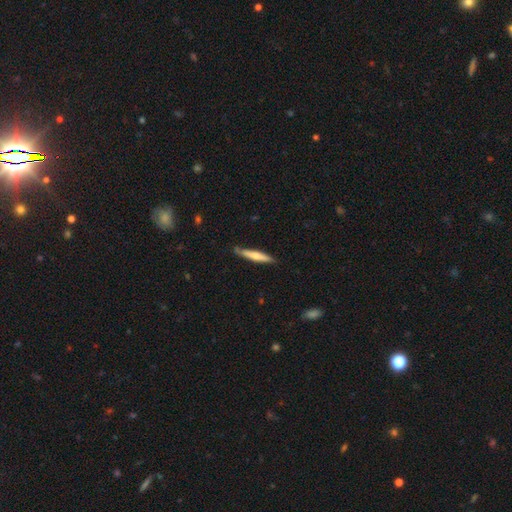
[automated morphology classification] Smooth or featured?
  - smooth: 61% *
  - featured or disk: 34%
  - star or artifact: 5%
How rounded?
  - cigar-shaped: 93% *
  - in between: 6%
  - round: 1%
Merging?
  - none: 82% *
  - minor disturbance: 14%
  - major disturbance: 2%
  - merger: 2%